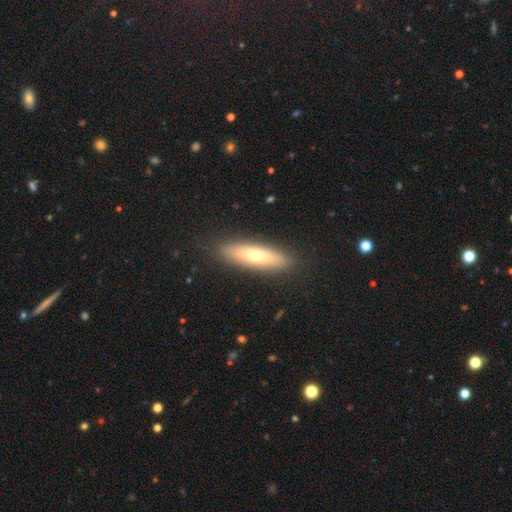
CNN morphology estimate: Smooth or featured: smooth — 61% (featured or disk — 33%)
How rounded: cigar-shaped — 63% (in between — 35%)
Merging: none — 88% (minor disturbance — 9%)